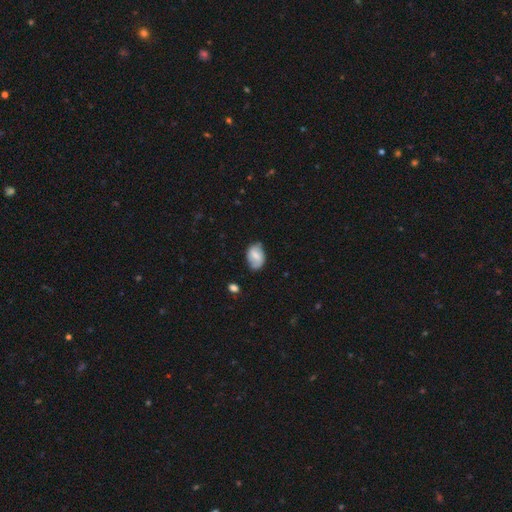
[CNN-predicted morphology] A smooth galaxy with no disk features (61%) that is in between round and cigar-shaped (83%).

Vote fractions:
- Smooth or featured? smooth: 61% / featured or disk: 32% / star or artifact: 7%
- How rounded? in between: 83% / round: 16% / cigar-shaped: 1%
- Merging? none: 69% / minor disturbance: 24% / major disturbance: 5% / merger: 2%